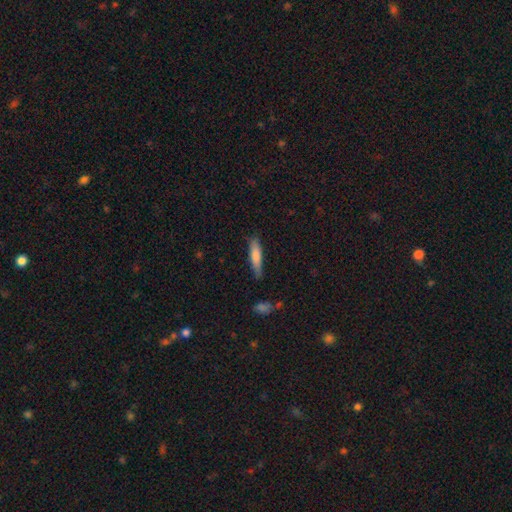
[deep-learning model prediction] Smooth or featured?
  - smooth: 77% *
  - featured or disk: 17%
  - star or artifact: 6%
How rounded?
  - cigar-shaped: 80% *
  - in between: 19%
  - round: 1%
Merging?
  - none: 75% *
  - minor disturbance: 19%
  - major disturbance: 4%
  - merger: 2%